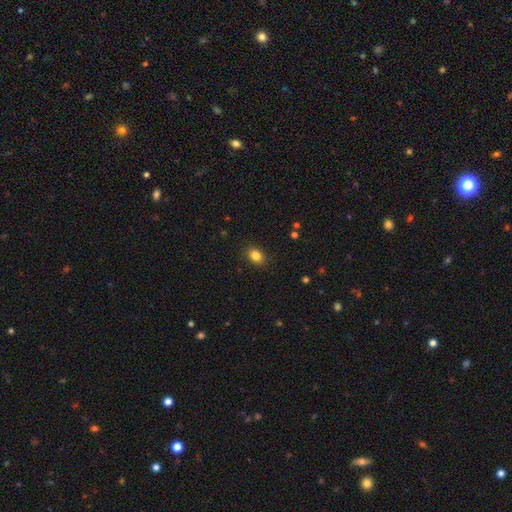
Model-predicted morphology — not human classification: smooth-or-featured: smooth: 84% | star or artifact: 10% | featured or disk: 5%
  how-rounded: in between: 65% | round: 34% | cigar-shaped: 1%
  merging: none: 88% | minor disturbance: 9% | major disturbance: 2% | merger: 1%